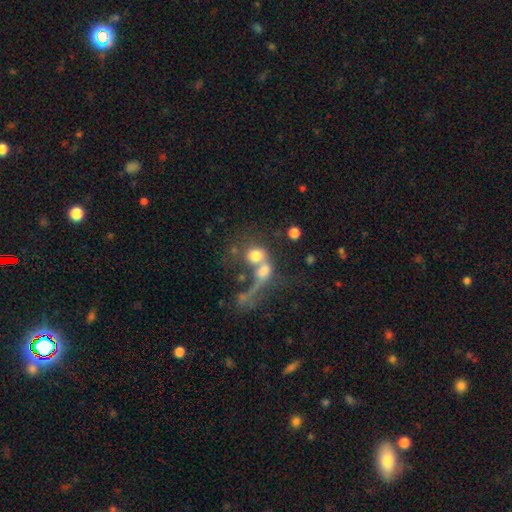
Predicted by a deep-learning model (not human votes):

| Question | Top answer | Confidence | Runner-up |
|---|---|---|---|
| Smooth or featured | smooth | 63% | featured or disk (24%) |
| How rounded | round | 62% | in between (34%) |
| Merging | merger | 61% | none (18%) |